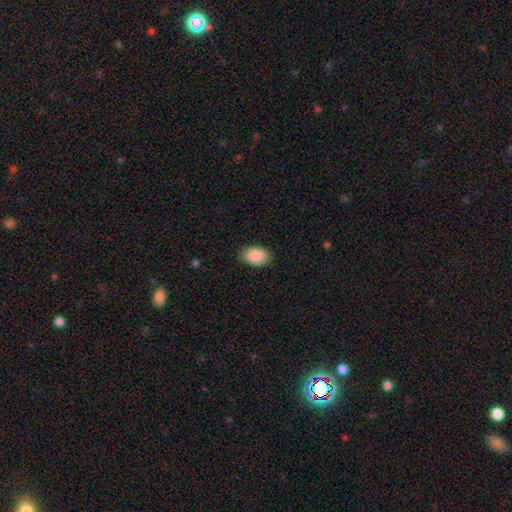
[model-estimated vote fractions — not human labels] smooth-or-featured: smooth: 90% | star or artifact: 6% | featured or disk: 4%
  how-rounded: in between: 87% | round: 11% | cigar-shaped: 1%
  merging: none: 86% | minor disturbance: 11% | major disturbance: 2% | merger: 1%